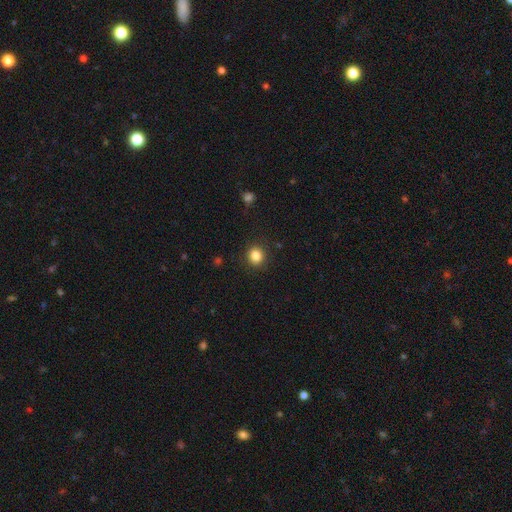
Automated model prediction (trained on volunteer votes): This appears to be a smooth galaxy with no disk features (84%) that is round (84%). Merging: none (90%).